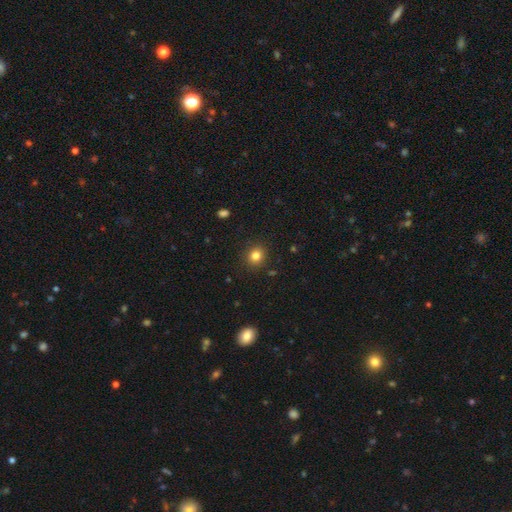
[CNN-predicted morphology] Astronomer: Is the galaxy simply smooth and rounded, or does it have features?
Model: smooth — 81%.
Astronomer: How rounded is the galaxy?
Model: round — 80%.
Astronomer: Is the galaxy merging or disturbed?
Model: none — 90%.